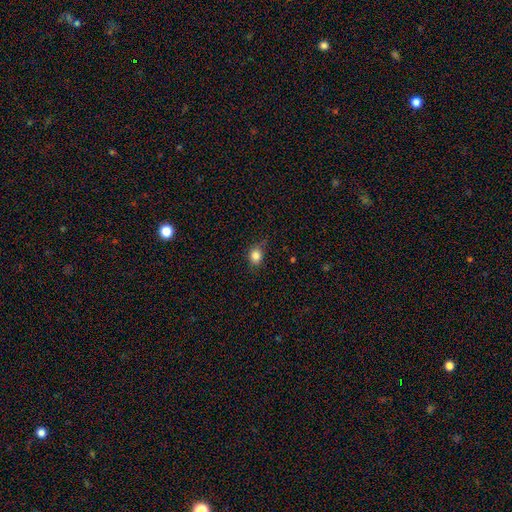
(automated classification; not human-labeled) The model was most divided on "how rounded": round: 60%, in between: 39%, cigar-shaped: 1%. More confident: smooth or featured — smooth (83%); merging — none (69%).